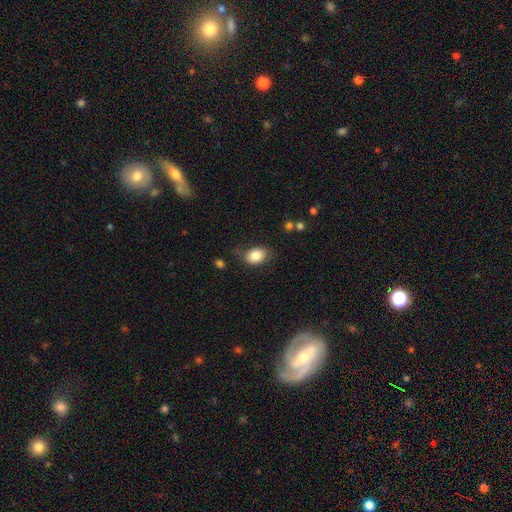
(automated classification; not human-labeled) smooth_or_featured: smooth (p=0.82) [alt: featured or disk p=0.10]
how_rounded: in between (p=0.75) [alt: round p=0.24]
merging: none (p=0.74) [alt: minor disturbance p=0.18]